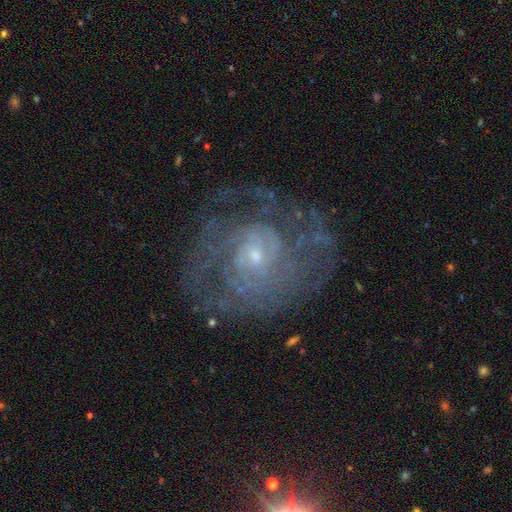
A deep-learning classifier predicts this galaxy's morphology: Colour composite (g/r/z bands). It shows a featured or disk galaxy (83%) with no bar (66%), tight (61%) spiral arms (90%) and a small central bulge (73%). Merging: none (70%).